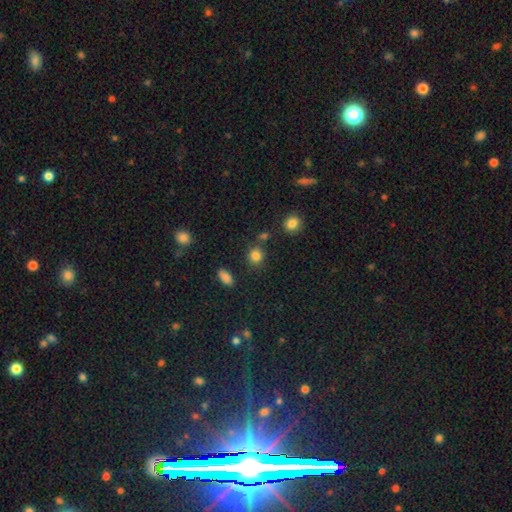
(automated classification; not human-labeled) Smooth or featured: smooth — 83% (star or artifact — 12%)
How rounded: round — 81% (in between — 18%)
Merging: none — 78% (minor disturbance — 10%)